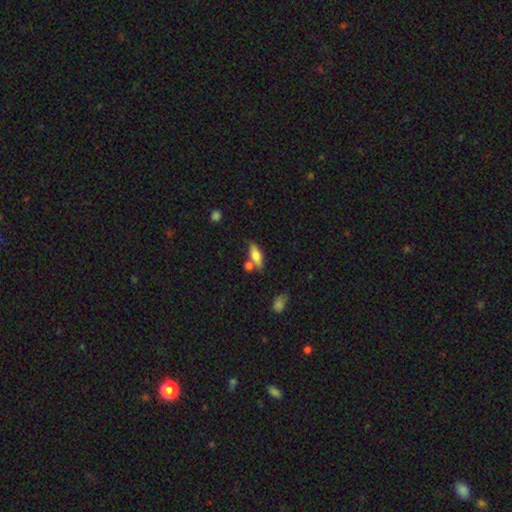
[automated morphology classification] Q: Smooth or featured?
A: smooth (61%); runner-up: featured or disk (31%)
Q: How rounded?
A: in between (57%); runner-up: cigar-shaped (40%)
Q: Merging?
A: none (67%); runner-up: merger (15%)